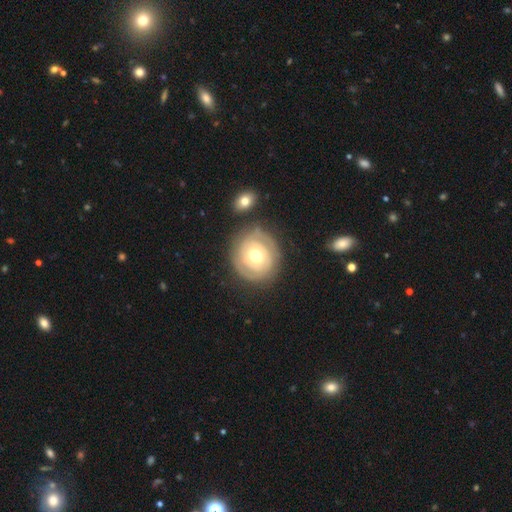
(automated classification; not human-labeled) smooth_or_featured: featured or disk (p=0.72) [alt: smooth p=0.23]
disk_edge_on: no (p=0.97) [alt: yes p=0.03]
bar: no (p=0.67) [alt: weak p=0.25]
has_spiral_arms: yes (p=0.80) [alt: no p=0.20]
spiral_winding: tight (p=0.82) [alt: medium p=0.14]
spiral_arm_count: 2 (p=0.44) [alt: can't tell p=0.33]
bulge_size: moderate (p=0.74) [alt: small p=0.14]
merging: none (p=0.77) [alt: minor disturbance p=0.14]